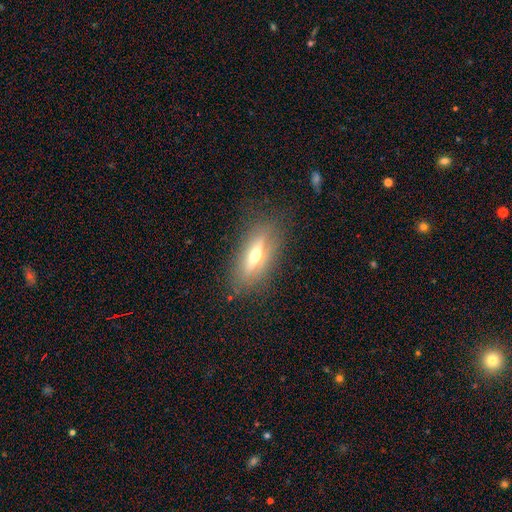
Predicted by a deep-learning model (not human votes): This is possibly a featured or disk galaxy (55%). It is clearly viewed edge-on (81%). Merging: clearly none (83%).